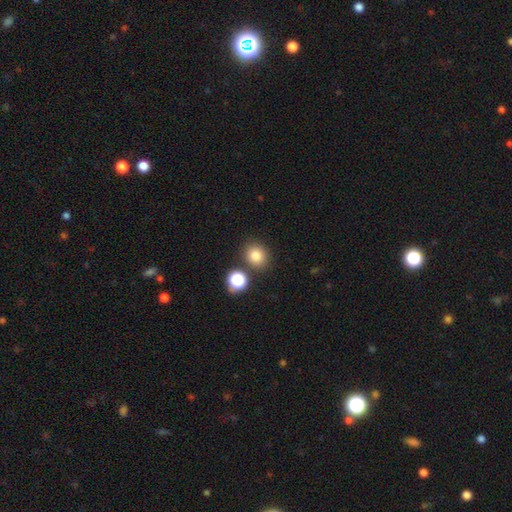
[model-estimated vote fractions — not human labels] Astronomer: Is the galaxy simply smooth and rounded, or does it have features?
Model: smooth — 81%.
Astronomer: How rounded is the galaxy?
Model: round — 77%.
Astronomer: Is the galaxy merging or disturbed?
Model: none — 80%.